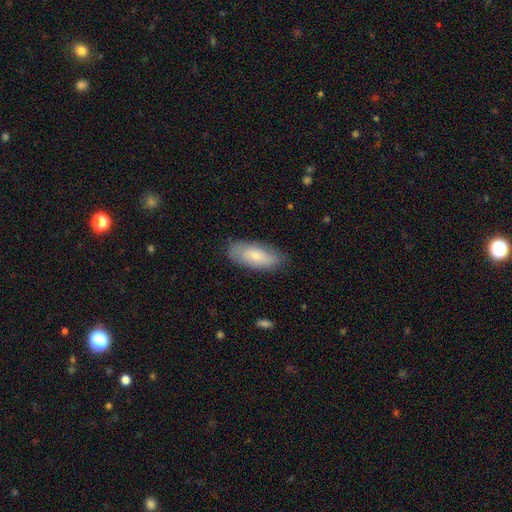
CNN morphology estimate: Smooth or featured: smooth — 70% (featured or disk — 23%)
How rounded: in between — 84% (cigar-shaped — 14%)
Merging: none — 80% (minor disturbance — 16%)